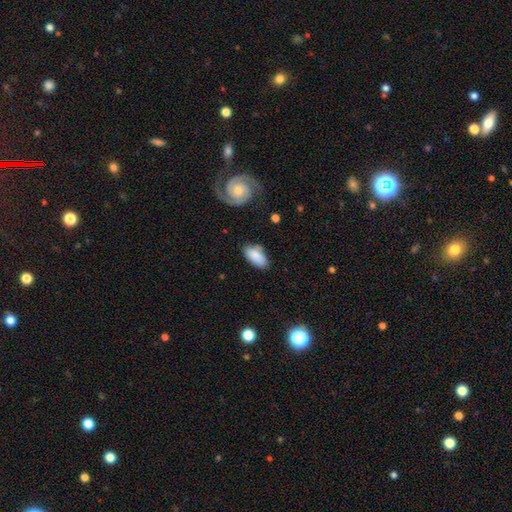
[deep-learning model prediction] Smooth or featured: smooth — 83% (featured or disk — 11%)
How rounded: in between — 93% (round — 4%)
Merging: none — 70% (minor disturbance — 22%)